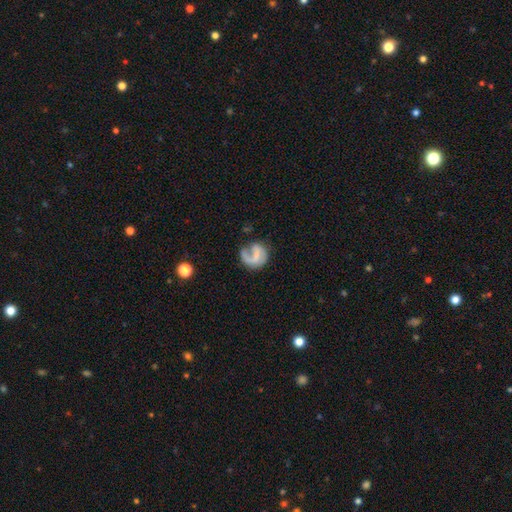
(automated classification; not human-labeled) Smooth or featured: featured or disk — 66% (smooth — 27%)
Edge-on disk: no — 98% (yes — 2%)
Bar: weak — 43% (no — 40%)
Spiral arms: yes — 83% (no — 17%)
Spiral winding: loose — 41% (medium — 38%)
Spiral arm count: 1 — 60% (2 — 30%)
Bulge size: small — 45% (none — 38%)
Merging: none — 47% (major disturbance — 28%)